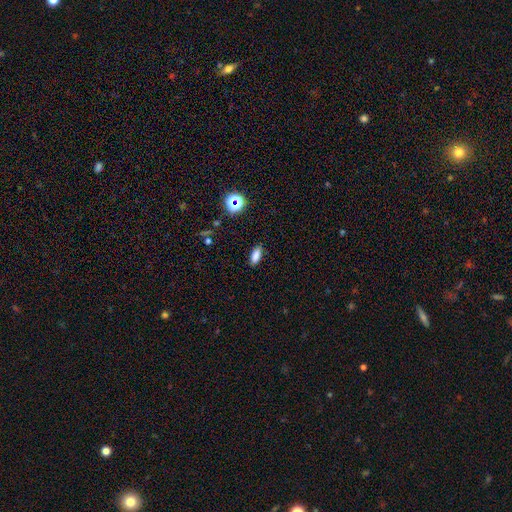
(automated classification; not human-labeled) A smooth galaxy with no disk features (82%) that is in between round and cigar-shaped (77%). Merging: none (87%).